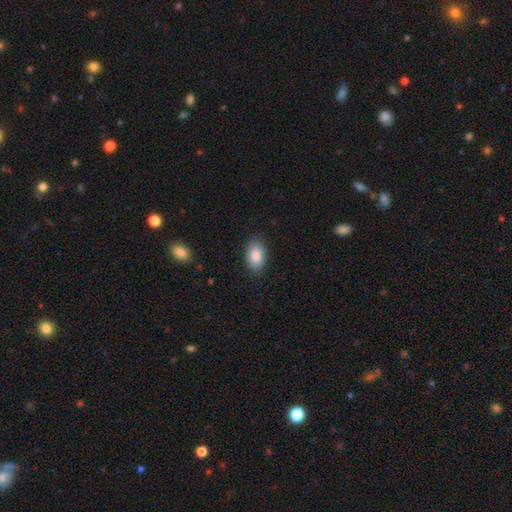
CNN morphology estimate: Q: Smooth or featured?
A: smooth (86%); runner-up: star or artifact (7%)
Q: How rounded?
A: in between (90%); runner-up: round (9%)
Q: Merging?
A: none (87%); runner-up: minor disturbance (10%)